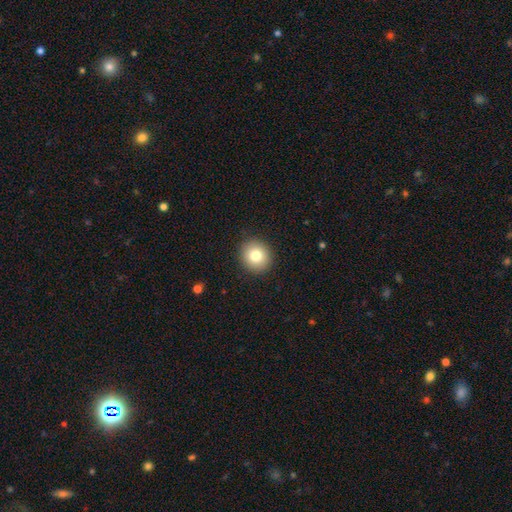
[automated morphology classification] A smooth galaxy with no disk features (80%) that is round (89%).

Vote fractions:
- Smooth or featured? smooth: 80% / star or artifact: 10% / featured or disk: 10%
- How rounded? round: 89% / in between: 10% / cigar-shaped: 1%
- Merging? none: 92% / minor disturbance: 5% / major disturbance: 2% / merger: 1%